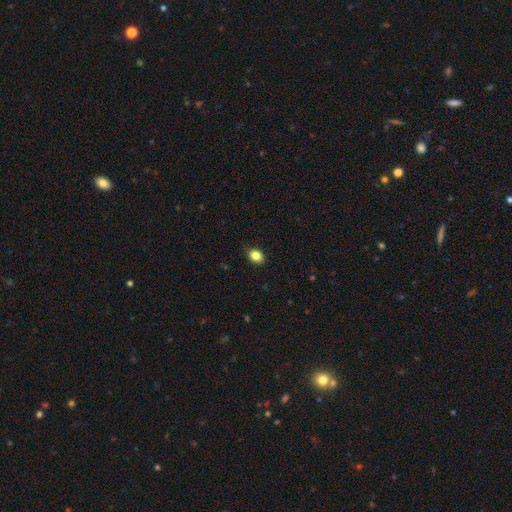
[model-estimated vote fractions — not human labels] smooth_or_featured: smooth (p=0.85) [alt: star or artifact p=0.10]
how_rounded: in between (p=0.60) [alt: round p=0.39]
merging: none (p=0.88) [alt: minor disturbance p=0.09]